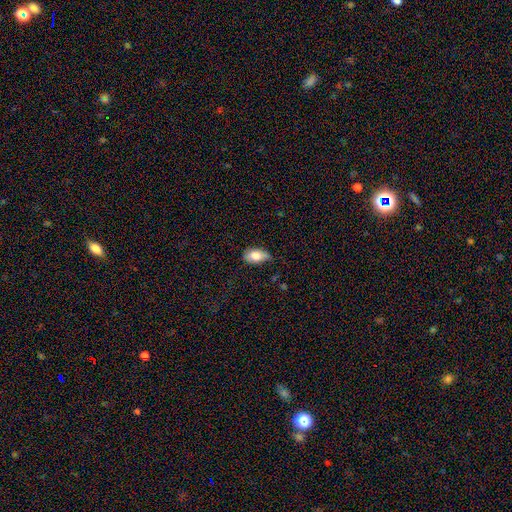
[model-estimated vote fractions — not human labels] The model was most divided on "merging": none: 52%, minor disturbance: 38%, major disturbance: 8%, merger: 2%. More confident: how rounded — in between (91%); smooth or featured — smooth (80%).